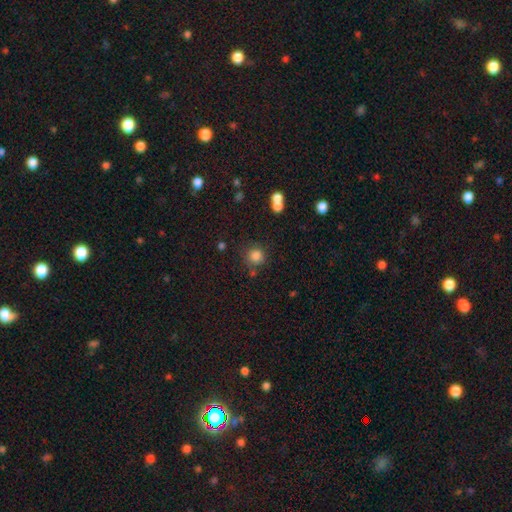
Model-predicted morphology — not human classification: smooth 82%, star or artifact 12%, featured or disk 5%. Down the decision tree: how rounded — round (89%); merging — none (72%).